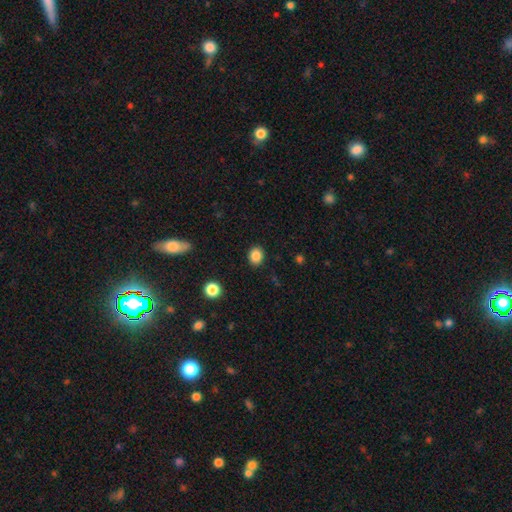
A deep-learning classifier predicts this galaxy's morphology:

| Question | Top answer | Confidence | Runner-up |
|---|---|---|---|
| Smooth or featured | smooth | 86% | star or artifact (10%) |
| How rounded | round | 62% | in between (38%) |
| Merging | none | 90% | minor disturbance (7%) |